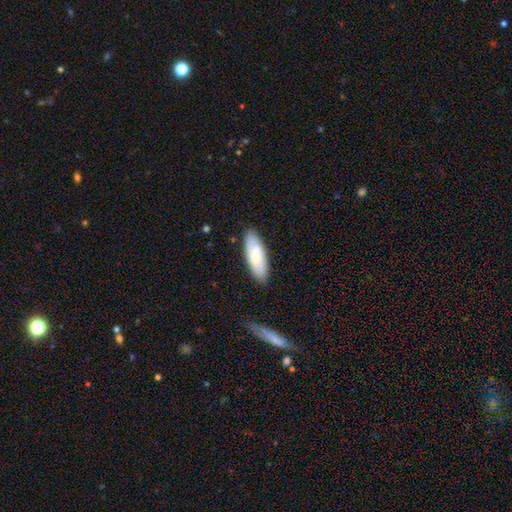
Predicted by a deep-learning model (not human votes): A smooth galaxy with no disk features (59%) that is in between round and cigar-shaped (69%).

Vote fractions:
- Smooth or featured? smooth: 59% / featured or disk: 35% / star or artifact: 6%
- How rounded? in between: 69% / cigar-shaped: 30% / round: 2%
- Merging? none: 82% / minor disturbance: 13% / major disturbance: 3% / merger: 2%